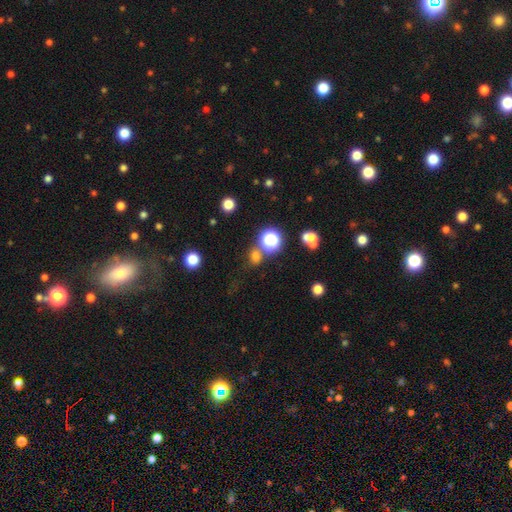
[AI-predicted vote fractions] smooth 63%, star or artifact 29%, featured or disk 8%. Down the decision tree: how rounded — round (67%); merging — none (66%).